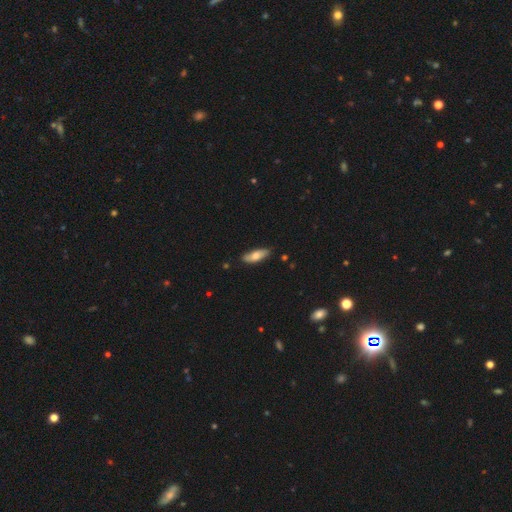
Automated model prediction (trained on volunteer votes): Smooth or featured: smooth — 68% (featured or disk — 26%)
How rounded: in between — 63% (cigar-shaped — 34%)
Merging: none — 80% (minor disturbance — 16%)